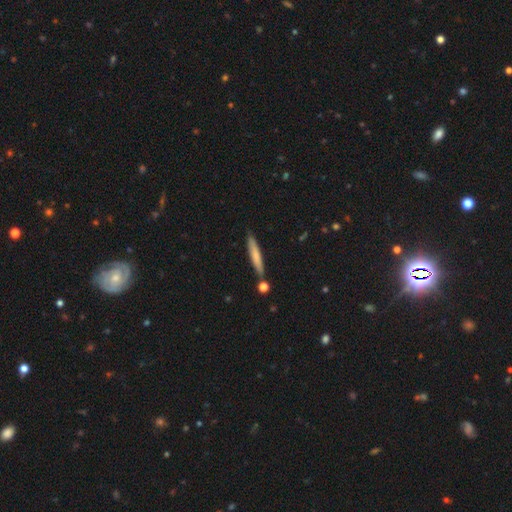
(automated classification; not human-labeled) Smooth or featured: smooth — 68% (featured or disk — 26%)
How rounded: cigar-shaped — 94% (in between — 5%)
Merging: none — 83% (minor disturbance — 10%)